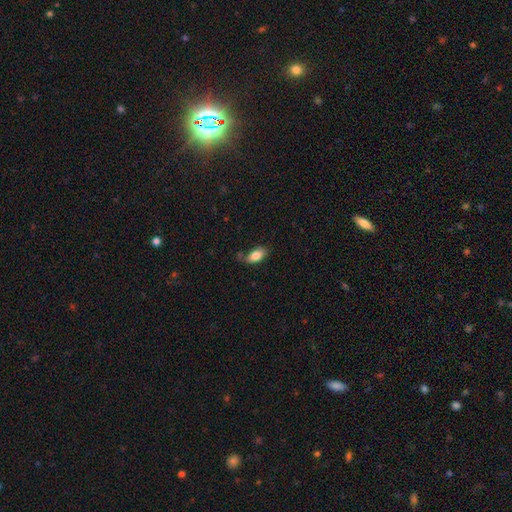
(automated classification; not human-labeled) smooth 83%, featured or disk 10%, star or artifact 7%. Down the decision tree: how rounded — in between (90%); merging — none (65%).